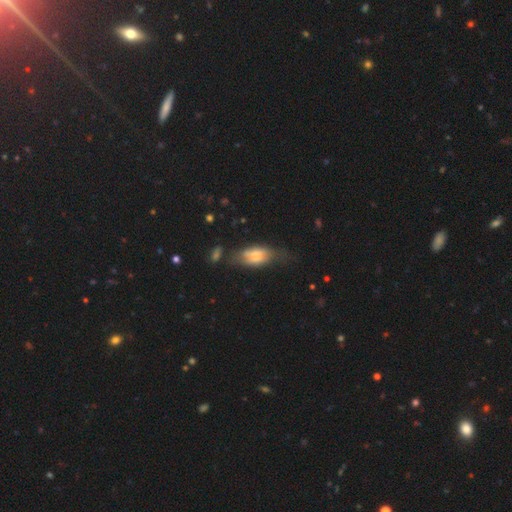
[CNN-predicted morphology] A smooth galaxy with no disk features (61%) that is in between round and cigar-shaped (82%). Merging: none (41%).